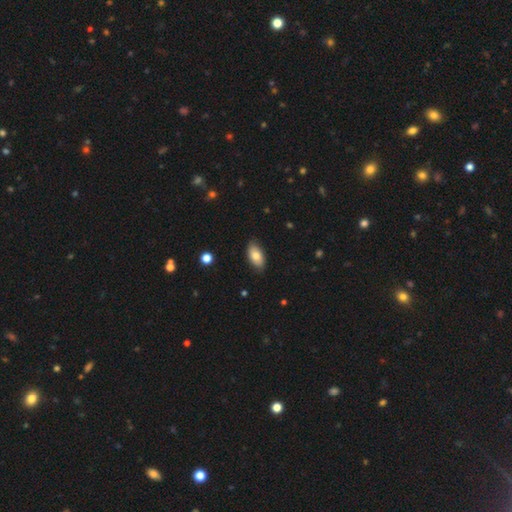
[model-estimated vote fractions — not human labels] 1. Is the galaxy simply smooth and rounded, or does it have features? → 77% smooth, 16% featured or disk, 7% star or artifact.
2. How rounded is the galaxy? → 93% in between, 4% cigar-shaped, 3% round.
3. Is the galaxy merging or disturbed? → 82% none, 15% minor disturbance, 2% major disturbance, 1% merger.